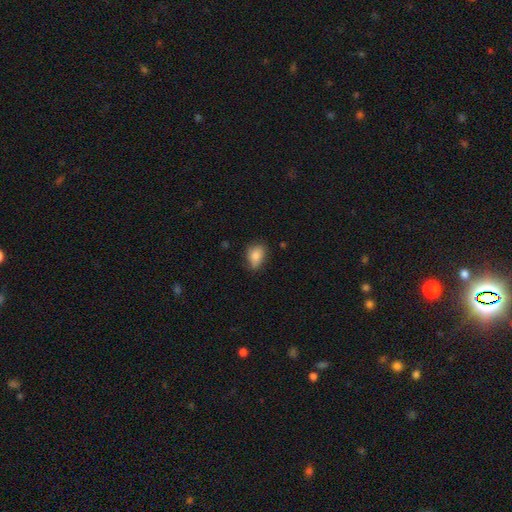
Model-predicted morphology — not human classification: This appears to be a smooth galaxy with no disk features (84%) that is in between round and cigar-shaped (79%). Merging: none (65%).